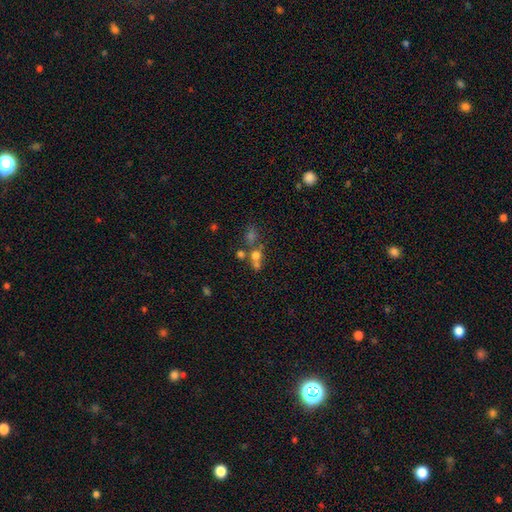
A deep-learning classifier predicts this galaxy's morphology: Smooth or featured: smooth — 59% (star or artifact — 21%)
How rounded: round — 71% (in between — 27%)
Merging: merger — 49% (none — 35%)